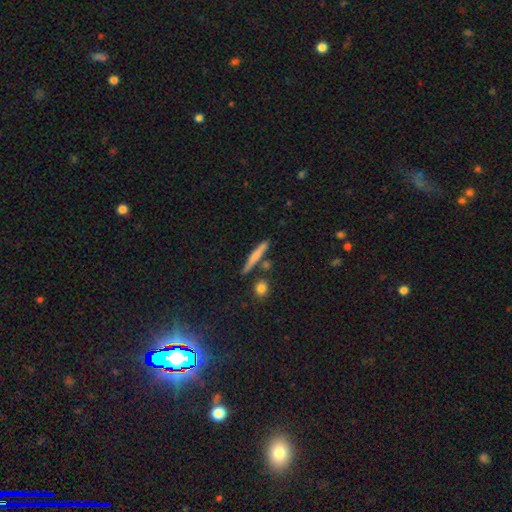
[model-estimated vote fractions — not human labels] smooth 62%, featured or disk 31%, star or artifact 7%. Down the decision tree: how rounded — cigar-shaped (91%); merging — none (79%).